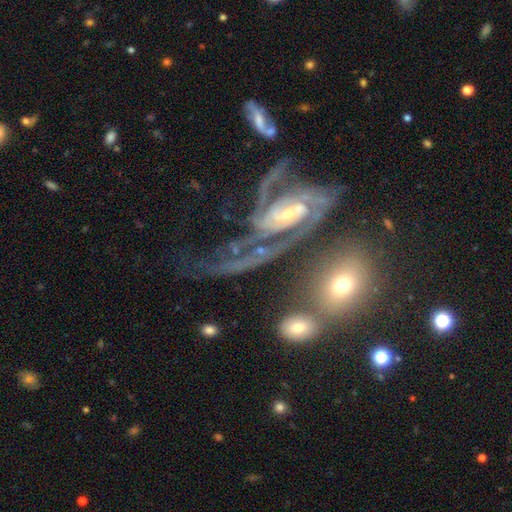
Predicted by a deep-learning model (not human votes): Smooth or featured?
  - featured or disk: 84% *
  - star or artifact: 9%
  - smooth: 7%
Edge-on disk?
  - no: 94% *
  - yes: 6%
Bar?
  - weak: 41% *
  - no: 34%
  - strong: 25%
Spiral arms?
  - yes: 95% *
  - no: 5%
Spiral winding?
  - medium: 46% *
  - tight: 33%
  - loose: 21%
Spiral arm count?
  - 2: 50% *
  - can't tell: 16%
  - 3: 16%
  - 1: 7%
  - 4: 6%
  - more than 4: 5%
Bulge size?
  - small: 58% *
  - moderate: 32%
  - none: 5%
  - large: 3%
  - dominant: 1%
Merging?
  - none: 38% *
  - major disturbance: 29%
  - minor disturbance: 18%
  - merger: 15%